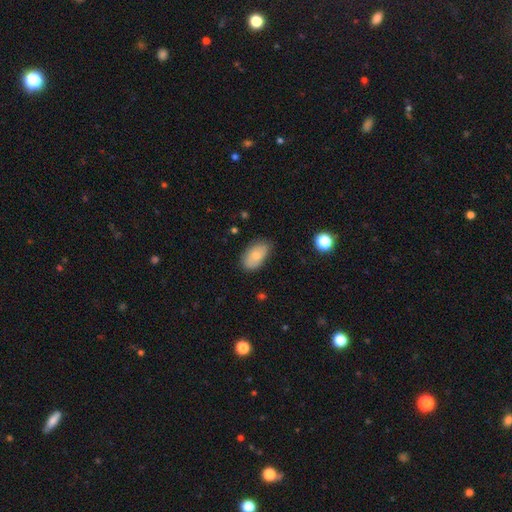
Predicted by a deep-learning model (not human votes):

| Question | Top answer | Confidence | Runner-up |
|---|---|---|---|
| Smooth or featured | smooth | 73% | featured or disk (20%) |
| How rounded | in between | 93% | round (5%) |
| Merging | none | 75% | minor disturbance (20%) |